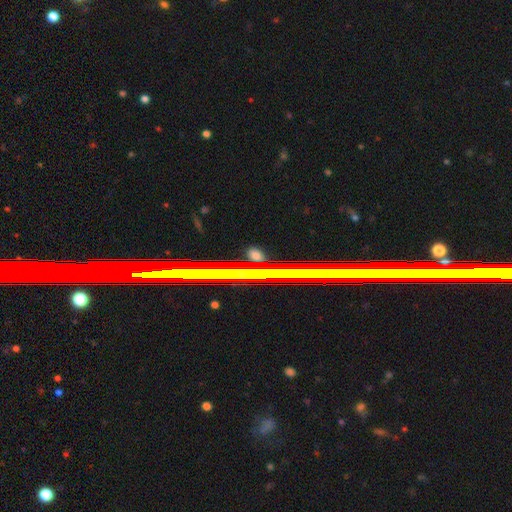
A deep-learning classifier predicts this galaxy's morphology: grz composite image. It shows a star or artifact, not a galaxy (53%).